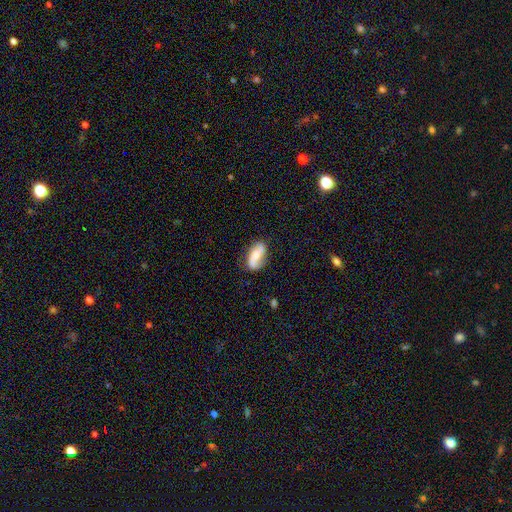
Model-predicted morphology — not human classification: A featured or disk galaxy (51%).

Vote fractions:
- Smooth or featured? featured or disk: 51% / smooth: 42% / star or artifact: 7%
- Edge-on disk? no: 91% / yes: 9%
- Merging? none: 69% / minor disturbance: 21% / major disturbance: 6% / merger: 4%